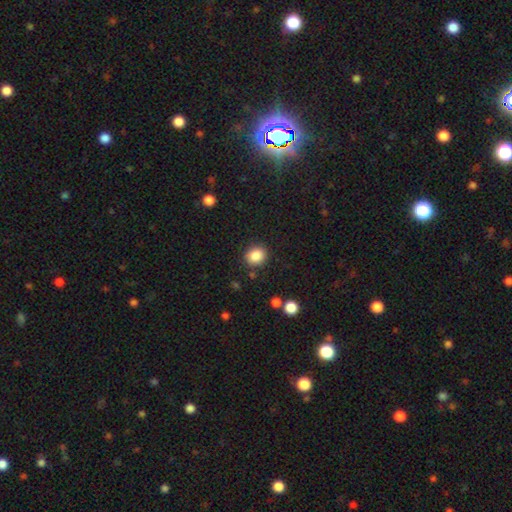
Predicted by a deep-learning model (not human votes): Smooth or featured: smooth — 87% (star or artifact — 9%)
How rounded: round — 72% (in between — 27%)
Merging: none — 86% (minor disturbance — 9%)